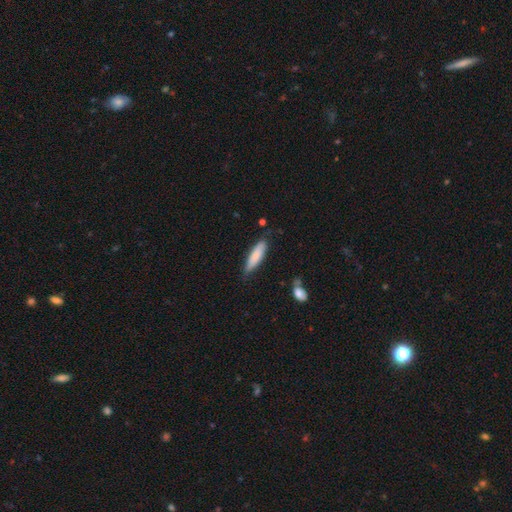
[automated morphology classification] type=smooth (77%); roundness=cigar-shaped (63%); merging=none (73%).